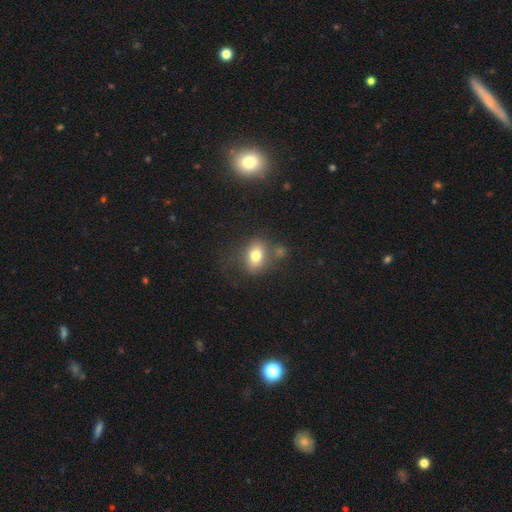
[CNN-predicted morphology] type=smooth (75%); roundness=in between (60%); merging=none (60%).